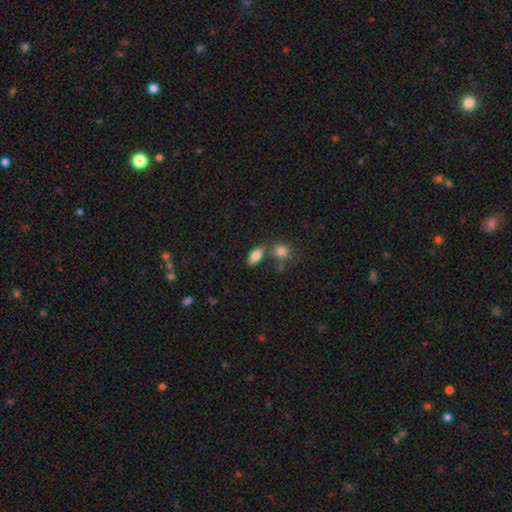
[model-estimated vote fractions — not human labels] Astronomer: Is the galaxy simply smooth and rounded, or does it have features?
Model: smooth — 82%.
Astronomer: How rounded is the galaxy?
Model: in between — 87%.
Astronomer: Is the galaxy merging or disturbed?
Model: none — 70%.